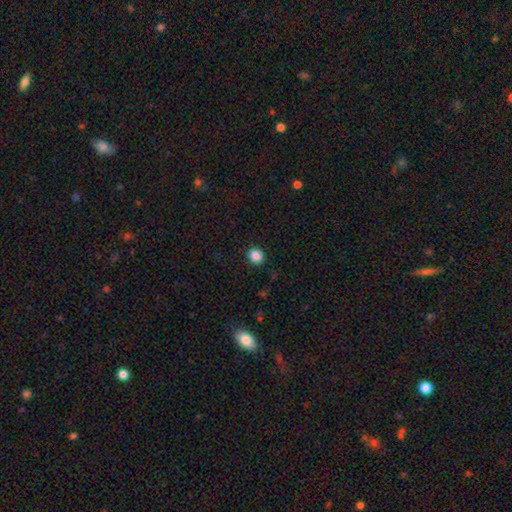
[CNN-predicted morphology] smooth_or_featured: smooth (p=0.85) [alt: star or artifact p=0.11]
how_rounded: round (p=0.70) [alt: in between p=0.29]
merging: none (p=0.90) [alt: minor disturbance p=0.07]